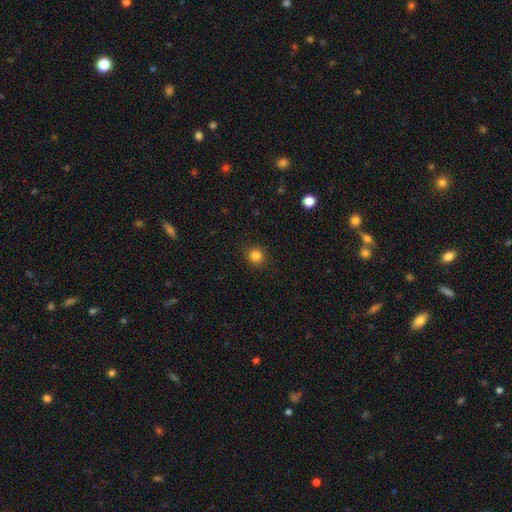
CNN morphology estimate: type=smooth (83%); roundness=round (91%); merging=none (91%).